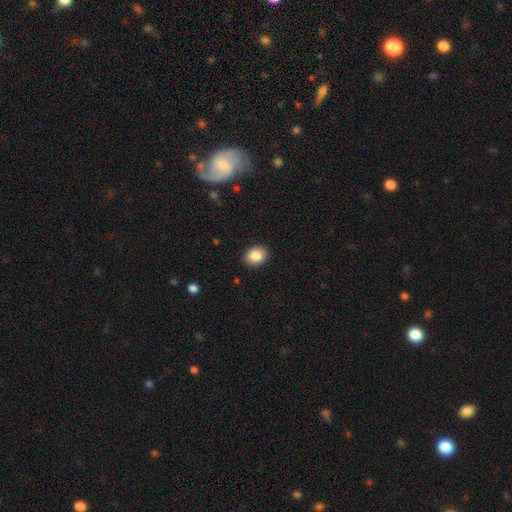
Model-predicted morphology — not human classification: smooth_or_featured: smooth (p=0.86) [alt: star or artifact p=0.08]
how_rounded: round (p=0.52) [alt: in between p=0.47]
merging: none (p=0.91) [alt: minor disturbance p=0.06]